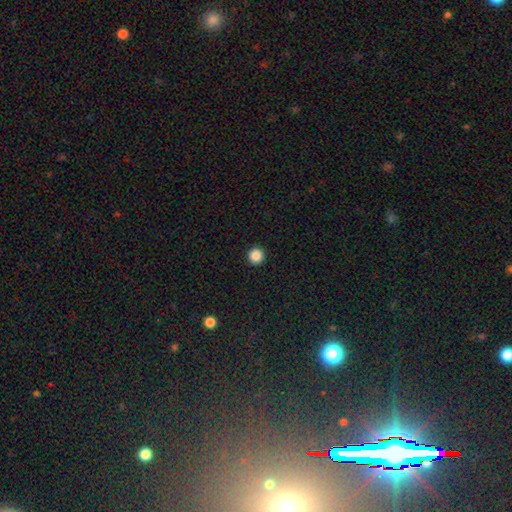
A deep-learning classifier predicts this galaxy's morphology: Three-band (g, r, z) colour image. It shows a smooth galaxy with no disk features (87%) that is round (97%). Merging: none (94%).